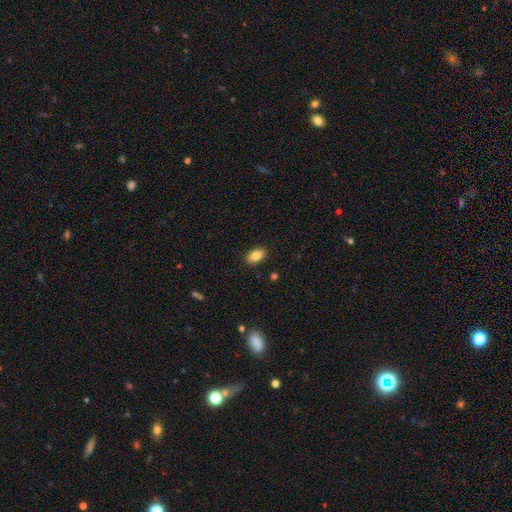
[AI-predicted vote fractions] smooth-or-featured: smooth: 86% | star or artifact: 8% | featured or disk: 6%
  how-rounded: in between: 92% | round: 6% | cigar-shaped: 2%
  merging: none: 89% | minor disturbance: 8% | major disturbance: 2% | merger: 1%